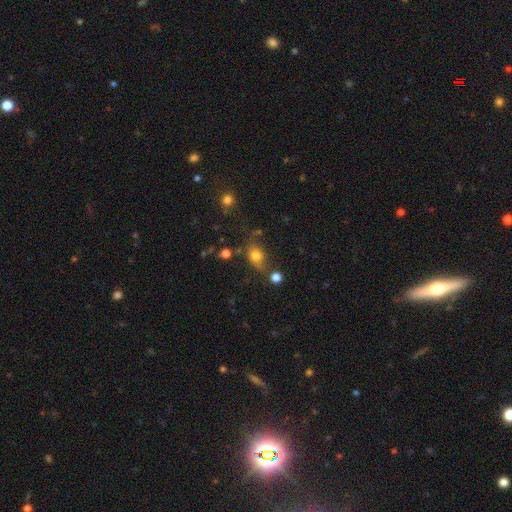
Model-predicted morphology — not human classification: Smooth or featured: smooth — 76% (star or artifact — 13%)
How rounded: in between — 56% (round — 42%)
Merging: none — 60% (minor disturbance — 21%)